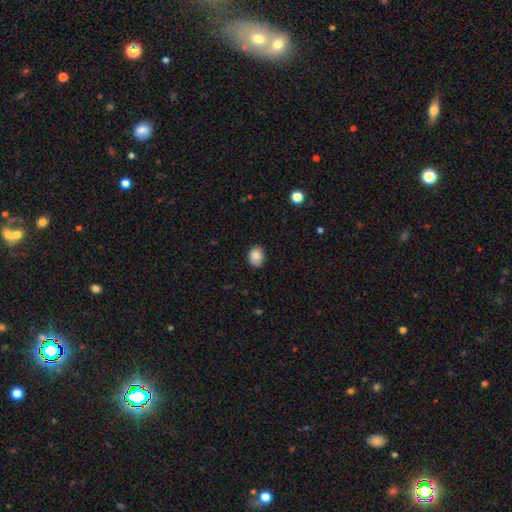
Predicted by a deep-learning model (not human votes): A smooth galaxy with no disk features (87%) that is in between round and cigar-shaped (51%). Merging: none (83%).